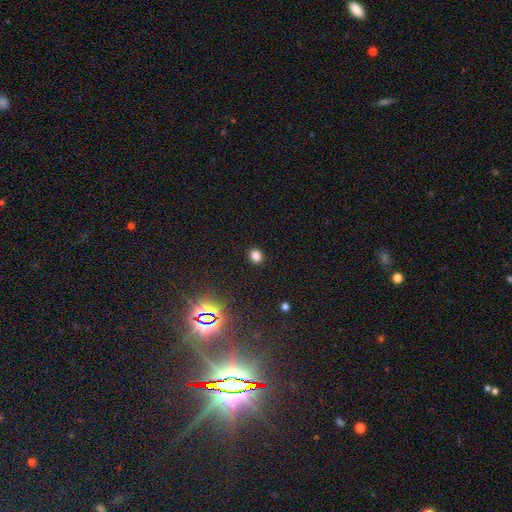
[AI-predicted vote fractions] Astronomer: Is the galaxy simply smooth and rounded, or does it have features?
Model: smooth — 80%.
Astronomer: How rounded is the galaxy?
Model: round — 80%.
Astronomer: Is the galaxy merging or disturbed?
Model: none — 92%.